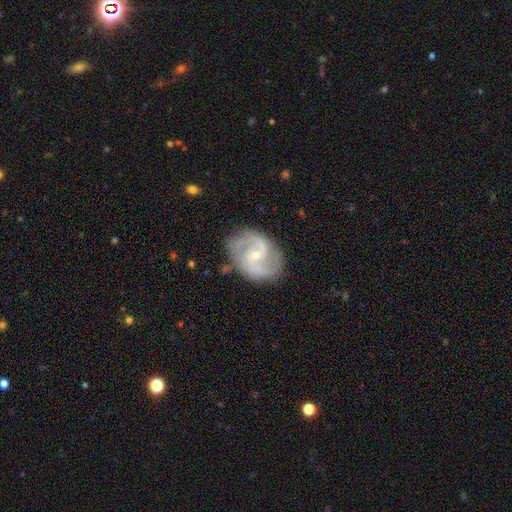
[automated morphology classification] featured or disk 88%, smooth 7%, star or artifact 5%. Down the decision tree: edge-on disk — no (98%); bar — weak (44%); spiral arms — yes (96%); spiral arm count — 2 (87%); spiral winding — medium (56%); bulge size — small (69%); merging — none (77%).